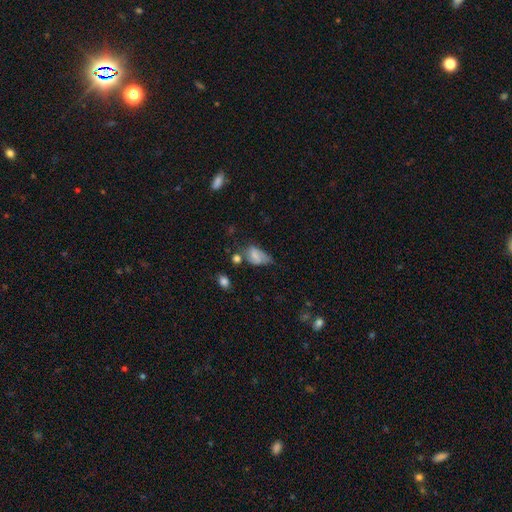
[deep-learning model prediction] Q: Smooth or featured?
A: smooth (66%); runner-up: featured or disk (23%)
Q: How rounded?
A: in between (85%); runner-up: round (13%)
Q: Merging?
A: minor disturbance (37%); runner-up: none (27%)